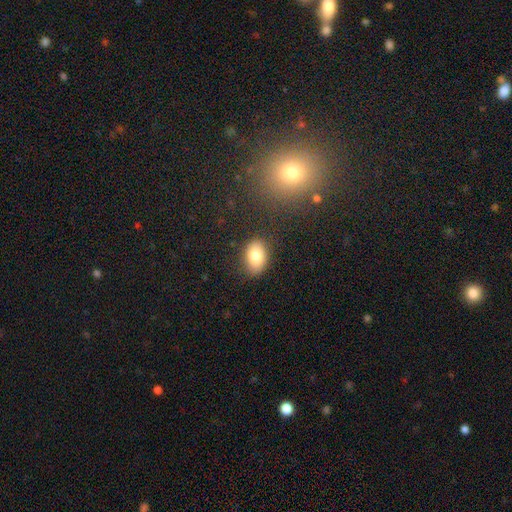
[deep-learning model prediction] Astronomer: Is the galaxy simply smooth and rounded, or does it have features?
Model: smooth — 81%.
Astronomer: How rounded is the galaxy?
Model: in between — 81%.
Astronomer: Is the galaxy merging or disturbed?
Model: none — 81%.